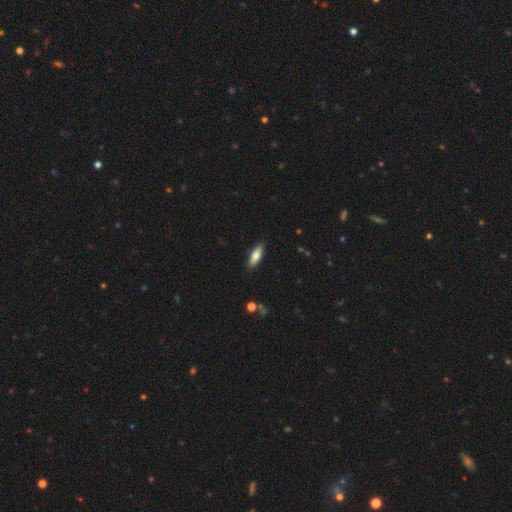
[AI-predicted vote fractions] The model was most divided on "how rounded": in between: 58%, cigar-shaped: 40%, round: 2%. More confident: merging — none (88%); smooth or featured — smooth (72%).